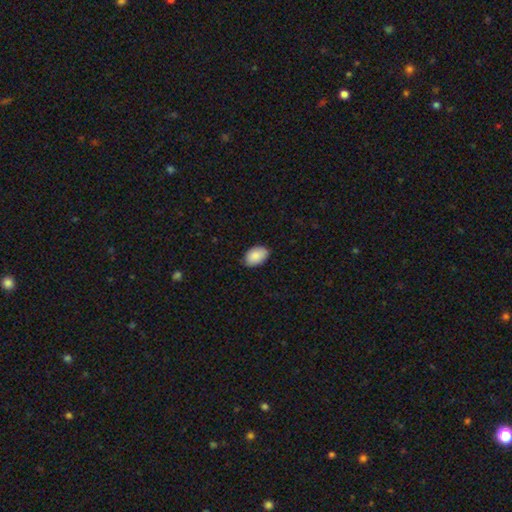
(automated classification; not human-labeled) smooth 89%, star or artifact 6%, featured or disk 5%. Down the decision tree: how rounded — in between (90%); merging — none (83%).